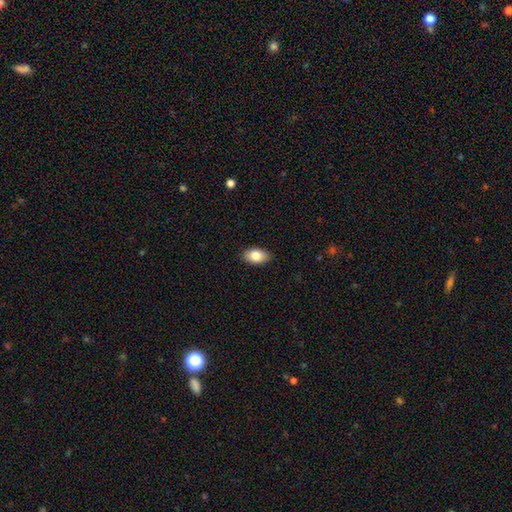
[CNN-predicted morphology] smooth-or-featured: smooth: 82% | featured or disk: 11% | star or artifact: 7%
  how-rounded: in between: 92% | round: 7% | cigar-shaped: 2%
  merging: none: 89% | minor disturbance: 8% | major disturbance: 2% | merger: 1%